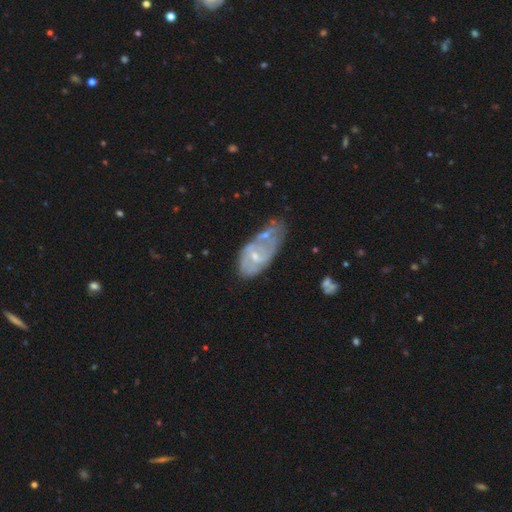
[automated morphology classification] Overall: featured or disk (69%). Edge-on disk: no (94%). Bar: no (47%; weak 44%). Spiral arms: yes (64%; no 36%). Bulge size: small (58%; moderate 33%). Merging: none (35%; minor disturbance 29%).